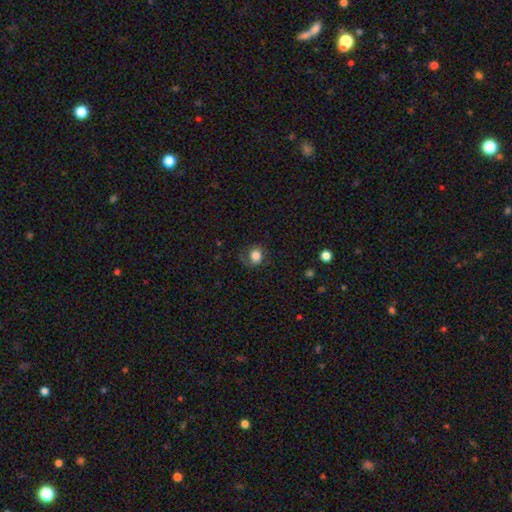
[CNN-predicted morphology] The model was most divided on "how rounded": round: 67%, in between: 32%, cigar-shaped: 1%. More confident: smooth or featured — smooth (77%); merging — none (60%).